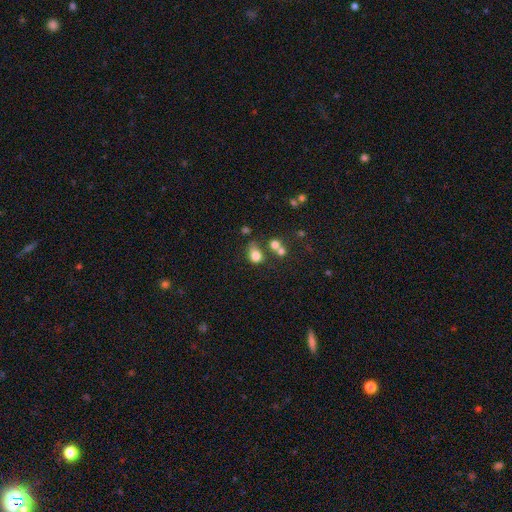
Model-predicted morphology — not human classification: Overall: smooth (77%). How rounded: in between (55%; round 43%). Merging: none (40%; merger 23%).